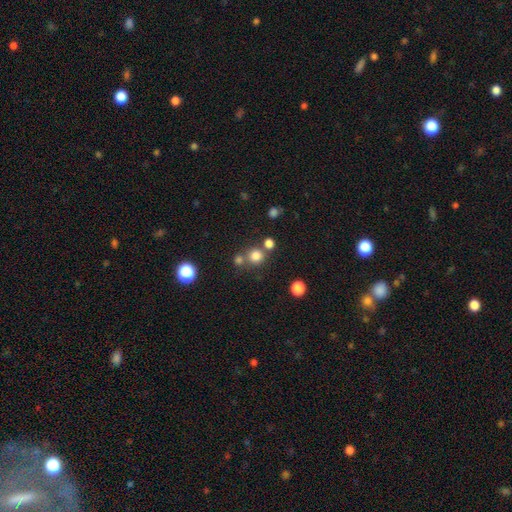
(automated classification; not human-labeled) Smooth or featured?
  - smooth: 77% *
  - star or artifact: 16%
  - featured or disk: 7%
How rounded?
  - round: 90% *
  - in between: 9%
  - cigar-shaped: 1%
Merging?
  - none: 66% *
  - merger: 23%
  - minor disturbance: 7%
  - major disturbance: 3%